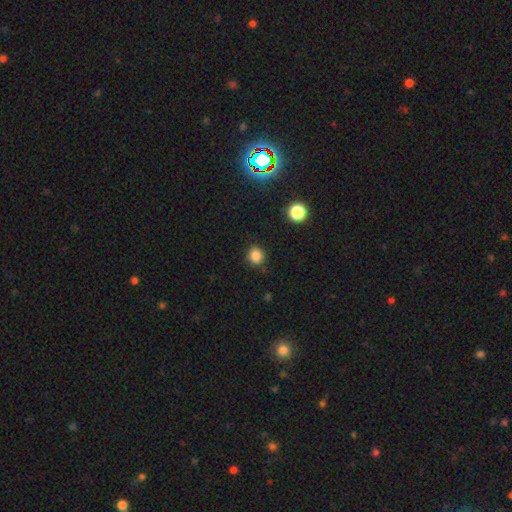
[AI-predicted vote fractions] A smooth galaxy with no disk features (85%) that is round (88%). Merging: none (88%).